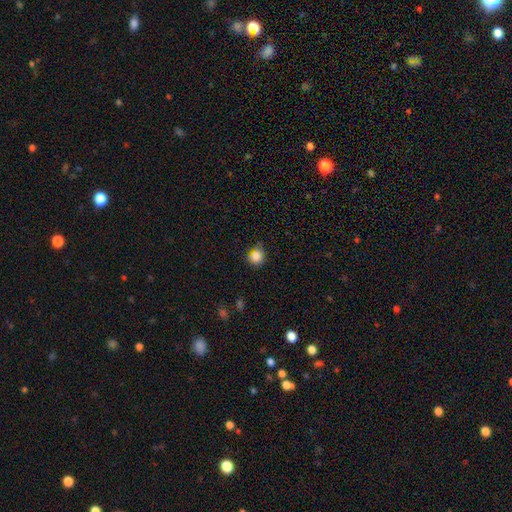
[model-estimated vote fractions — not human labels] Q: Smooth or featured?
A: smooth (84%); runner-up: star or artifact (11%)
Q: How rounded?
A: round (83%); runner-up: in between (16%)
Q: Merging?
A: none (71%); runner-up: minor disturbance (22%)